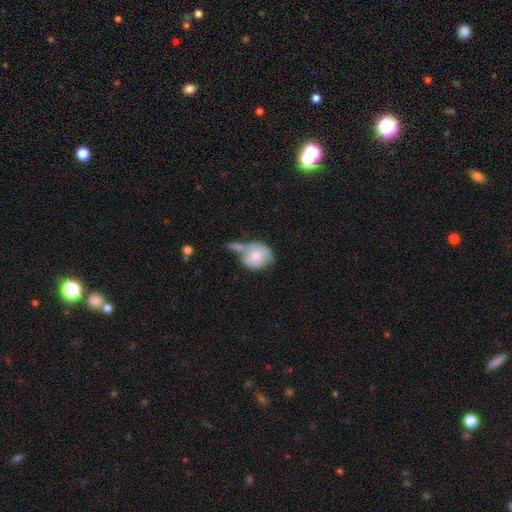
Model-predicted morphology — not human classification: Q: Smooth or featured?
A: smooth (66%); runner-up: featured or disk (28%)
Q: How rounded?
A: round (73%); runner-up: in between (26%)
Q: Merging?
A: merger (38%); runner-up: none (29%)